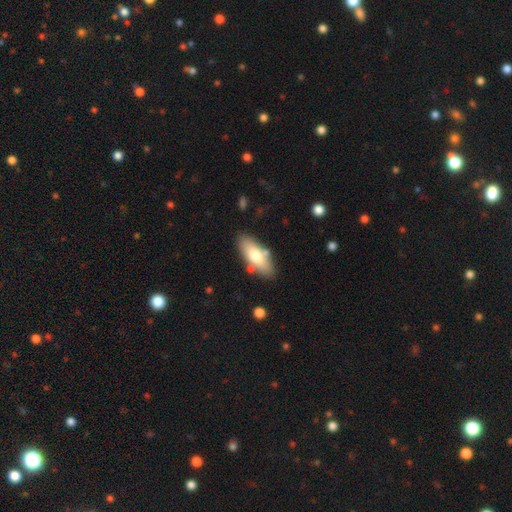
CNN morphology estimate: Smooth or featured?
  - smooth: 70% *
  - featured or disk: 24%
  - star or artifact: 6%
How rounded?
  - in between: 73% *
  - cigar-shaped: 25%
  - round: 2%
Merging?
  - none: 78% *
  - minor disturbance: 13%
  - merger: 6%
  - major disturbance: 3%